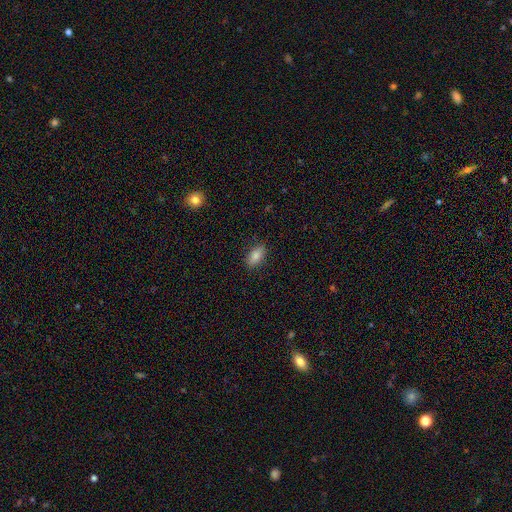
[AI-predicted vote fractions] Smooth or featured: smooth — 84% (star or artifact — 8%)
How rounded: in between — 89% (cigar-shaped — 7%)
Merging: none — 86% (minor disturbance — 11%)